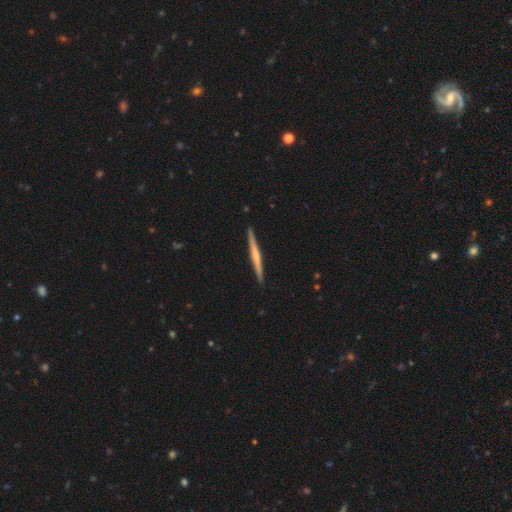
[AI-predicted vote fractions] A featured or disk galaxy (58%) viewed edge-on (98%) with no central bulge (58%). Merging: none (92%).